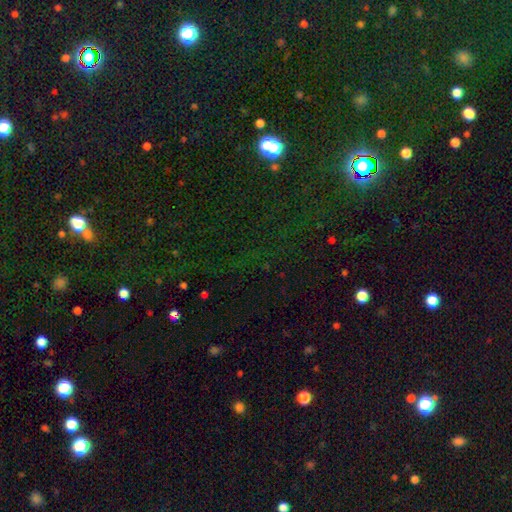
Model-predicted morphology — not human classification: A star or artifact, not a galaxy (75%).